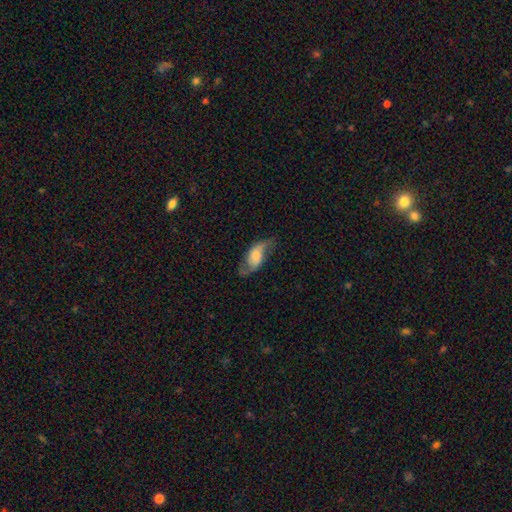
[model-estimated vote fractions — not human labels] A featured or disk galaxy (58%) with no bar (56%), spiral arms (88%) and no central bulge (24%, tied with moderate and small).

Vote fractions:
- Smooth or featured? featured or disk: 58% / smooth: 34% / star or artifact: 8%
- Edge-on disk? no: 91% / yes: 9%
- Bar? no: 56% / weak: 34% / strong: 10%
- Spiral arms? yes: 88% / no: 12%
- Bulge size? none: 24% (tied) / moderate: 24% (tied) / small: 24% (tied) / large: 23% / dominant: 5%
- Merging? none: 62% / minor disturbance: 23% / major disturbance: 13% / merger: 2%